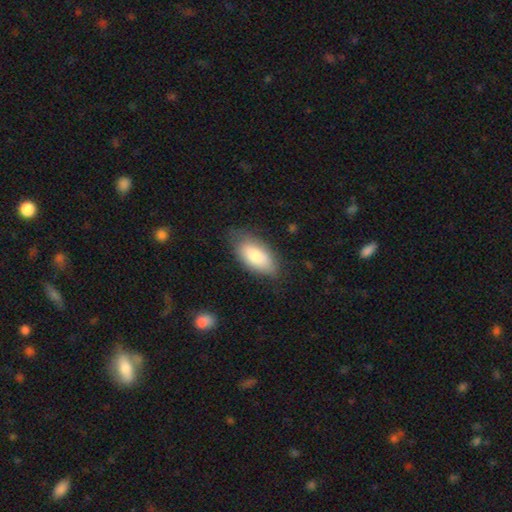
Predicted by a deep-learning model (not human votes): smooth-or-featured: smooth: 77% | featured or disk: 17% | star or artifact: 6%
  how-rounded: in between: 92% | cigar-shaped: 5% | round: 3%
  merging: none: 71% | minor disturbance: 22% | major disturbance: 5% | merger: 2%